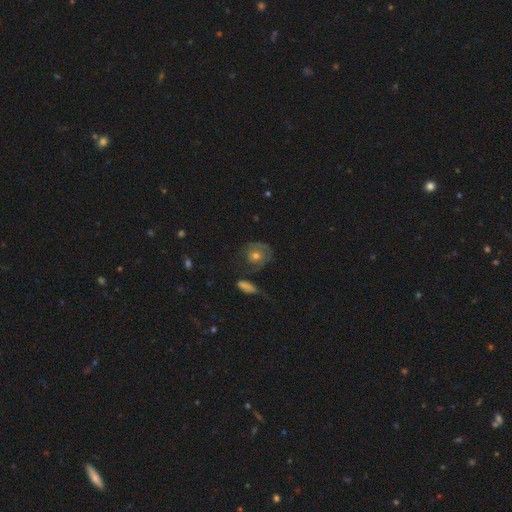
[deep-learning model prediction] A featured or disk galaxy (58%) with no bar (81%), spiral arms (69%) and a moderate central bulge (61%). Merging: none (54%).